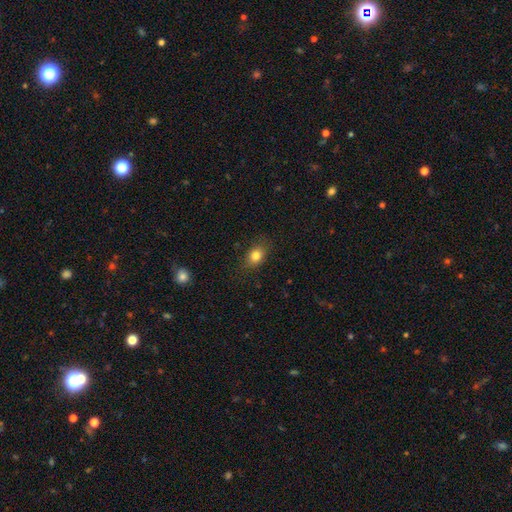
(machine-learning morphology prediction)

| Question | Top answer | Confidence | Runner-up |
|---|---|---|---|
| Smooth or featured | smooth | 82% | star or artifact (10%) |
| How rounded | in between | 65% | round (33%) |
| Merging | none | 81% | minor disturbance (14%) |